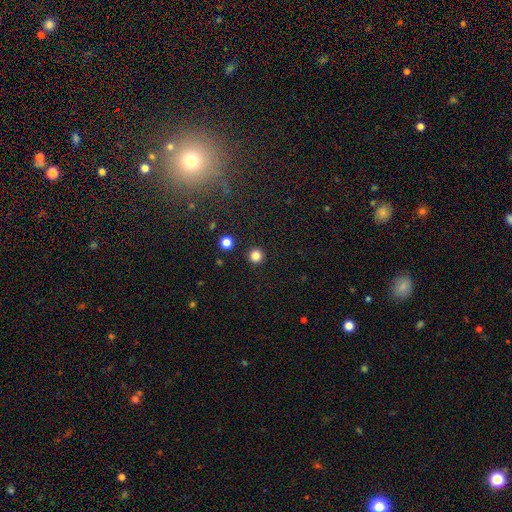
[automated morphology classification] type=smooth (83%); roundness=round (96%); merging=none (93%).